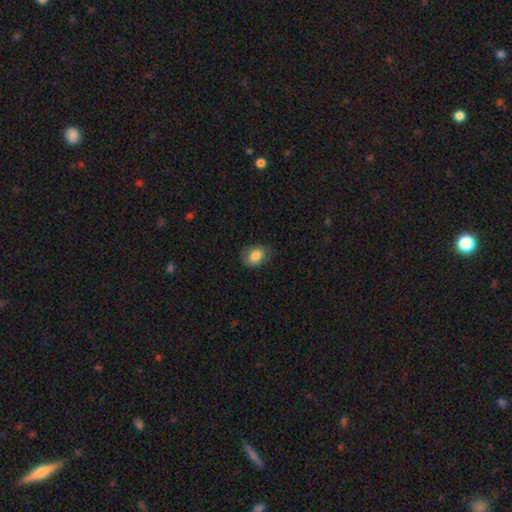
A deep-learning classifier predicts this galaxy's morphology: This is likely a smooth galaxy (80%). How rounded: likely in between (64%). Merging: likely none (76%).